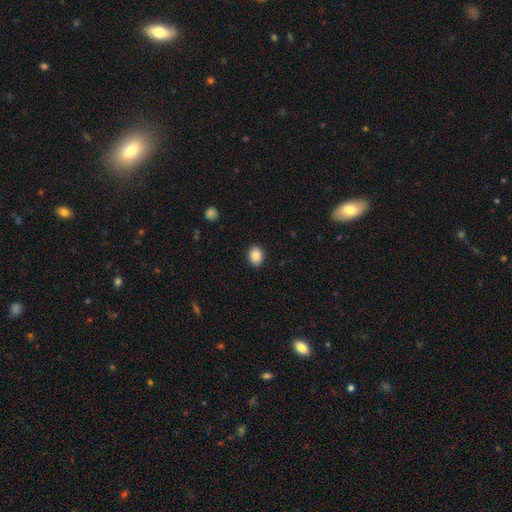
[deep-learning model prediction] smooth 88%, star or artifact 8%, featured or disk 4%. Down the decision tree: how rounded — round (52%); merging — none (91%).